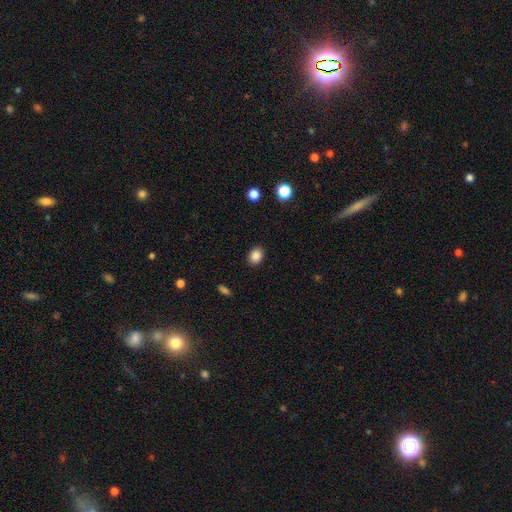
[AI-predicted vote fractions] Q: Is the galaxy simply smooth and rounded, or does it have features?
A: smooth — 86%.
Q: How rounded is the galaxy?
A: in between — 58%.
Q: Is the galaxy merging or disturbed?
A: none — 89%.